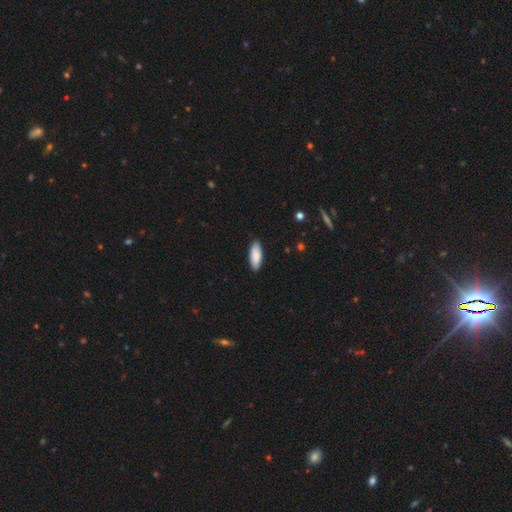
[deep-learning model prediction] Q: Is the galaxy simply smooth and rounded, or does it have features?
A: smooth — 88%.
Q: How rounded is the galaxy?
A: in between — 77%.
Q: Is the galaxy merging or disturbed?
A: none — 88%.